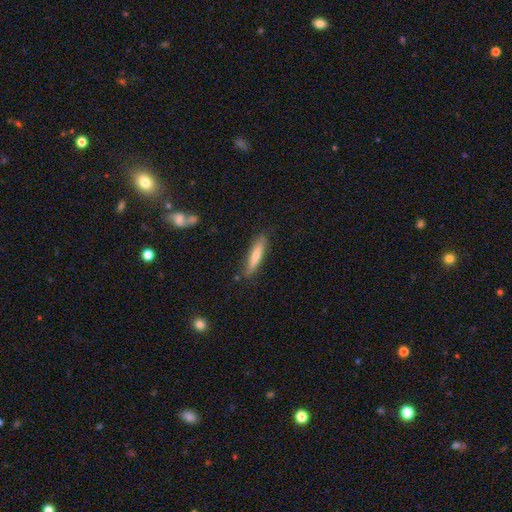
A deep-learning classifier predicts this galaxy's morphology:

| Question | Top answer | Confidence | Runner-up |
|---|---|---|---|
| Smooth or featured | smooth | 66% | featured or disk (28%) |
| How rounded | cigar-shaped | 86% | in between (12%) |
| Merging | none | 84% | minor disturbance (12%) |